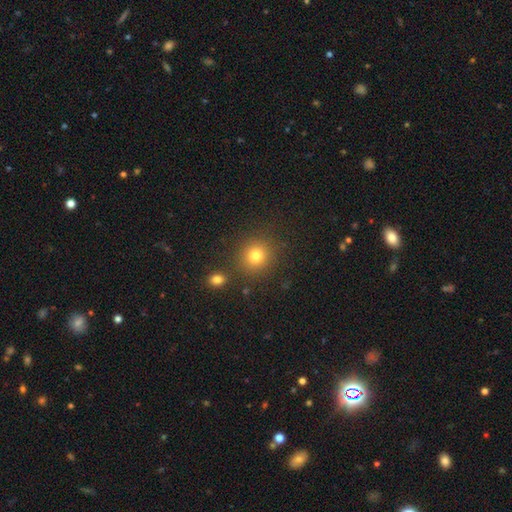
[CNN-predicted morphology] Smooth or featured? Predicted: smooth (p=0.80). How rounded? Predicted: round (p=0.89). Merging? Predicted: none (p=0.85).